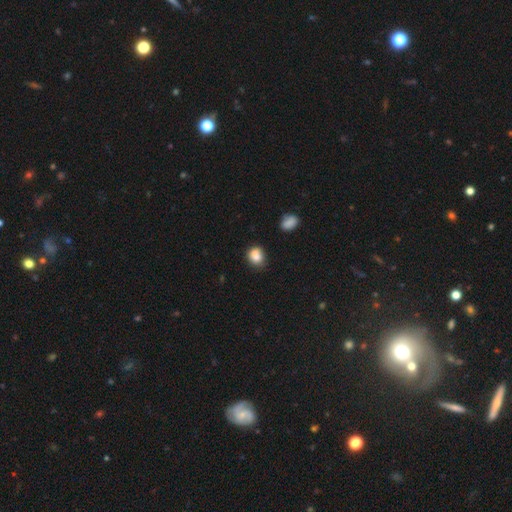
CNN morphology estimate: Smooth or featured? smooth (85%)
How rounded? round (65%)
Merging? none (67%)